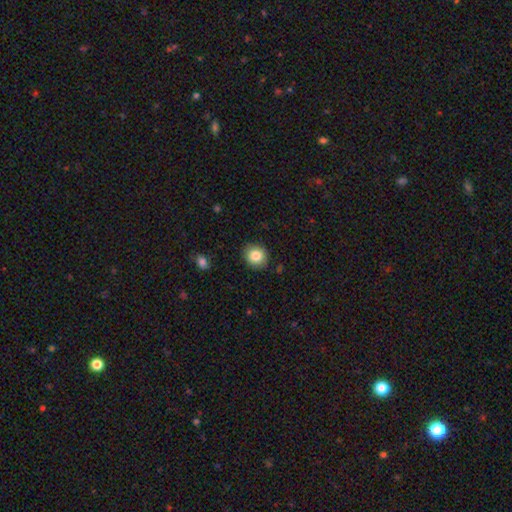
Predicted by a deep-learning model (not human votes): Morphology: type=smooth (84%); roundness=round (78%); merging=none (88%).